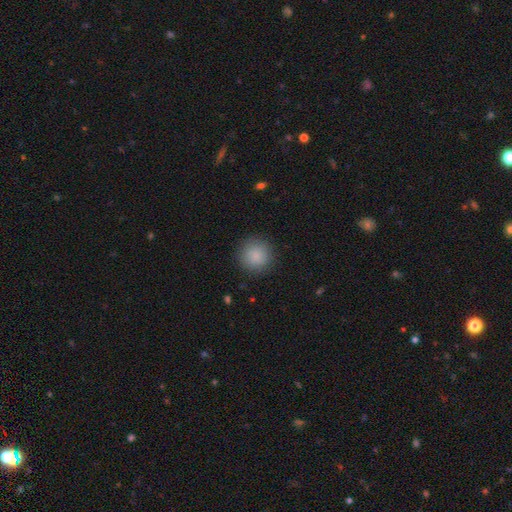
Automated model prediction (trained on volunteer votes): A smooth galaxy with no disk features (88%) that is round (94%). Merging: none (89%).